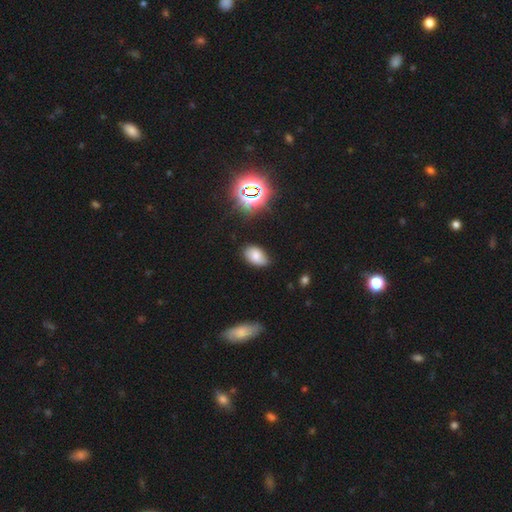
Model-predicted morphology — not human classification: Q: Smooth or featured?
A: smooth (72%); runner-up: star or artifact (14%)
Q: How rounded?
A: in between (90%); runner-up: round (8%)
Q: Merging?
A: none (78%); runner-up: minor disturbance (17%)